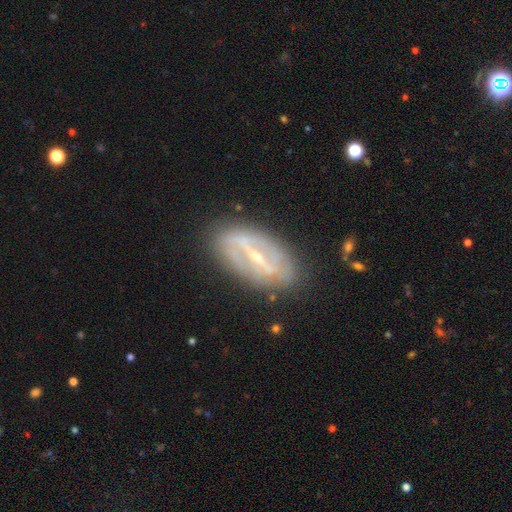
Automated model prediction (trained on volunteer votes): Smooth or featured: featured or disk — 79% (smooth — 14%)
Edge-on disk: no — 84% (yes — 16%)
Bar: strong — 70% (weak — 22%)
Spiral arms: yes — 58% (no — 42%)
Bulge size: small — 66% (moderate — 26%)
Merging: none — 80% (minor disturbance — 14%)